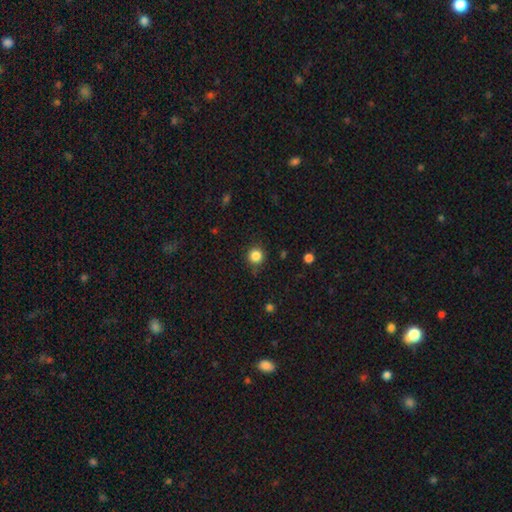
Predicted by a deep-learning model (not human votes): smooth 84%, star or artifact 12%, featured or disk 4%. Down the decision tree: how rounded — round (94%); merging — none (86%).